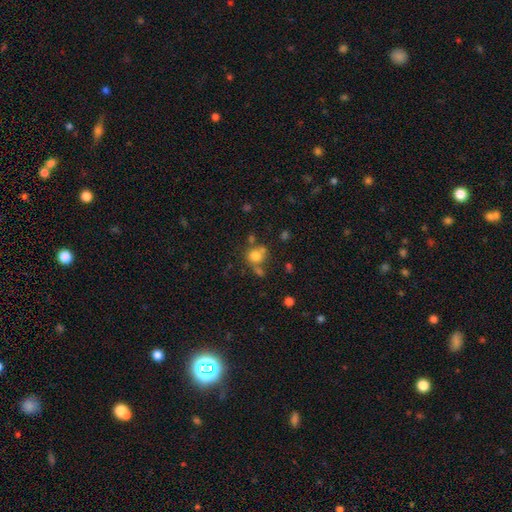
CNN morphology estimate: This is likely a smooth galaxy (75%). How rounded: likely round (79%). Merging: possibly none (49%).